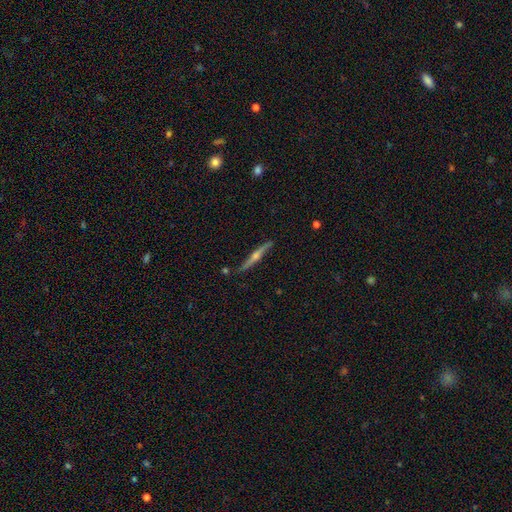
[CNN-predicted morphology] Smooth or featured: featured or disk — 77% (smooth — 17%)
Edge-on disk: yes — 97% (no — 3%)
Edge-on bulge: rounded — 88% (none — 7%)
Merging: none — 87% (minor disturbance — 10%)